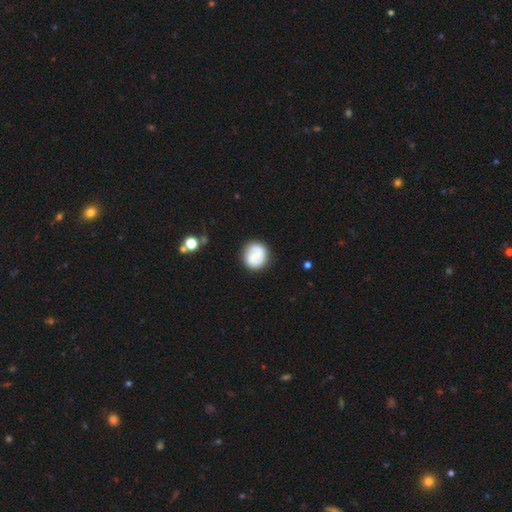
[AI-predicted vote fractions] Smooth or featured? Predicted: featured or disk (p=0.51). Edge-on disk? Predicted: no (p=0.97). Merging? Predicted: none (p=0.84).